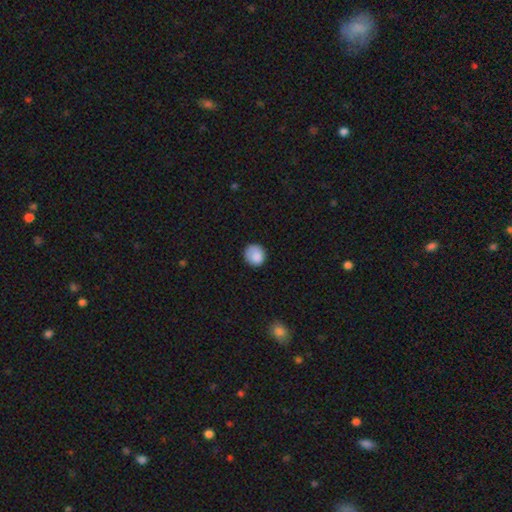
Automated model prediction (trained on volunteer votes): Smooth or featured: smooth — 86% (star or artifact — 8%)
How rounded: round — 84% (in between — 15%)
Merging: none — 78% (minor disturbance — 17%)